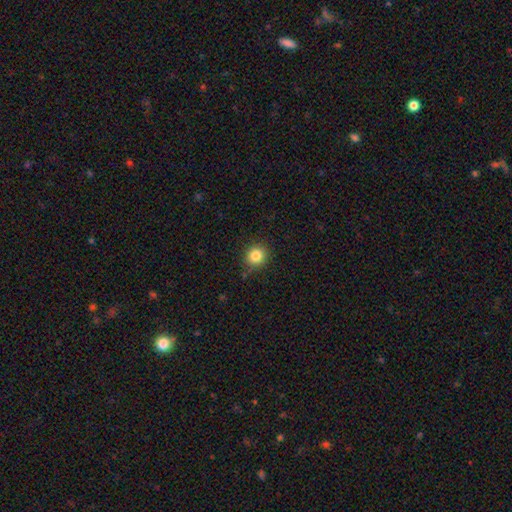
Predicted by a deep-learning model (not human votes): Smooth or featured?
  - smooth: 84% *
  - star or artifact: 11%
  - featured or disk: 5%
How rounded?
  - round: 89% *
  - in between: 10%
  - cigar-shaped: 1%
Merging?
  - none: 87% *
  - minor disturbance: 9%
  - major disturbance: 2%
  - merger: 2%